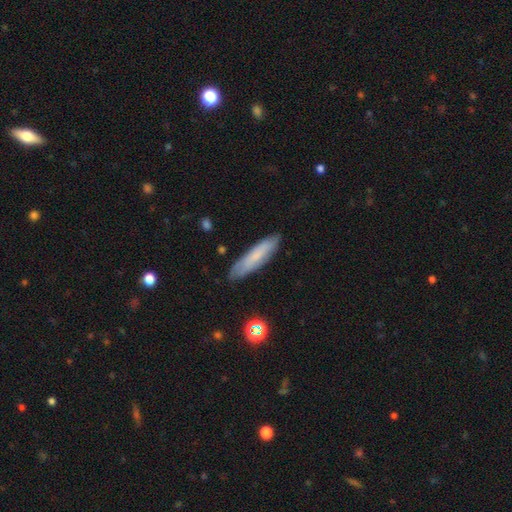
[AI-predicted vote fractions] smooth-or-featured: smooth: 68% | featured or disk: 25% | star or artifact: 7%
  how-rounded: cigar-shaped: 76% | in between: 22% | round: 2%
  merging: none: 85% | minor disturbance: 12% | major disturbance: 2% | merger: 1%